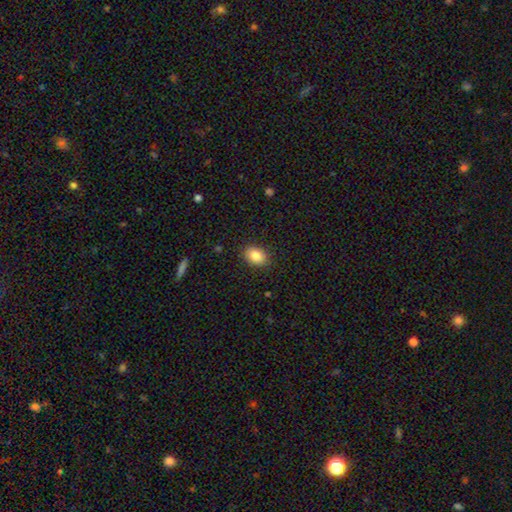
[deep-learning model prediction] A smooth galaxy with no disk features (85%) that is in between round and cigar-shaped (70%). Merging: none (88%).